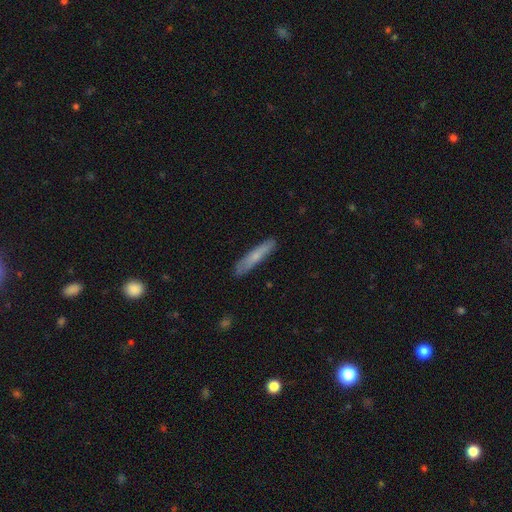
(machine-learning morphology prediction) Q: Smooth or featured?
A: smooth (66%); runner-up: featured or disk (28%)
Q: How rounded?
A: cigar-shaped (91%); runner-up: in between (7%)
Q: Merging?
A: none (86%); runner-up: minor disturbance (11%)